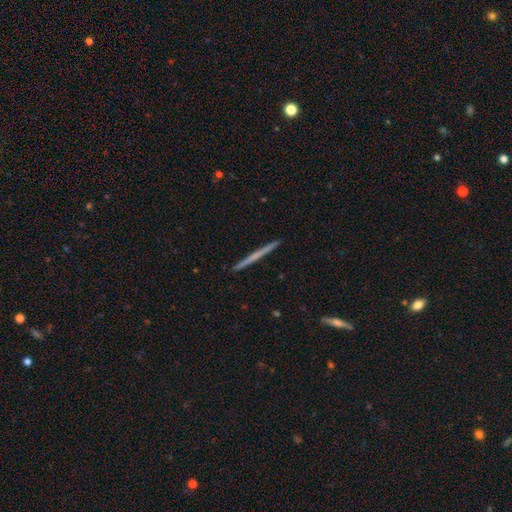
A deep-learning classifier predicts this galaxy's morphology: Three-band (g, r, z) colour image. It shows a featured or disk galaxy (54%) viewed edge-on (98%) with no central bulge (83%). Merging: none (93%).